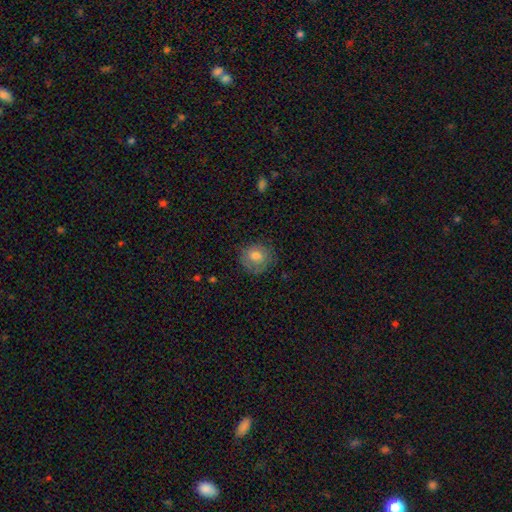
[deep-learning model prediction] smooth_or_featured: smooth (p=0.73) [alt: featured or disk p=0.18]
how_rounded: round (p=0.77) [alt: in between p=0.22]
merging: none (p=0.71) [alt: minor disturbance p=0.19]